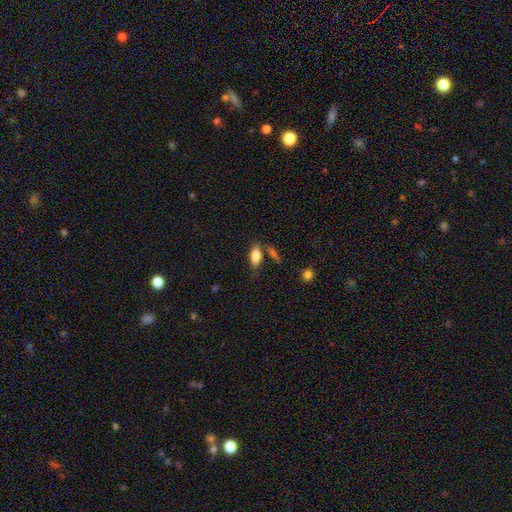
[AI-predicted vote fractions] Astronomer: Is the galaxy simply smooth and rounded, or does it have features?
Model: smooth — 79%.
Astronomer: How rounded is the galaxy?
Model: in between — 78%.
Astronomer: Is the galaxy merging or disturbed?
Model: none — 68%.